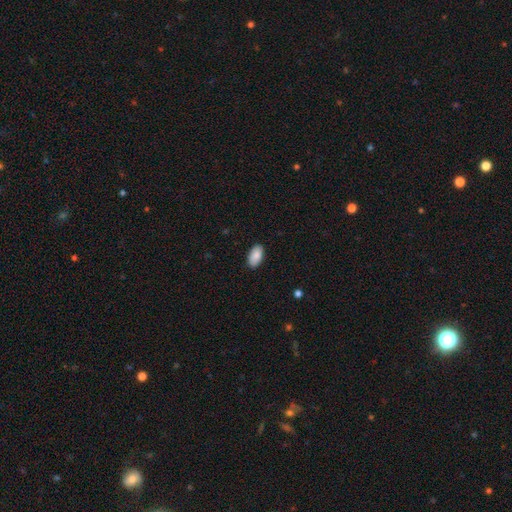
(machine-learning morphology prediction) smooth_or_featured: smooth (p=0.88) [alt: star or artifact p=0.06]
how_rounded: in between (p=0.95) [alt: round p=0.03]
merging: none (p=0.89) [alt: minor disturbance p=0.09]